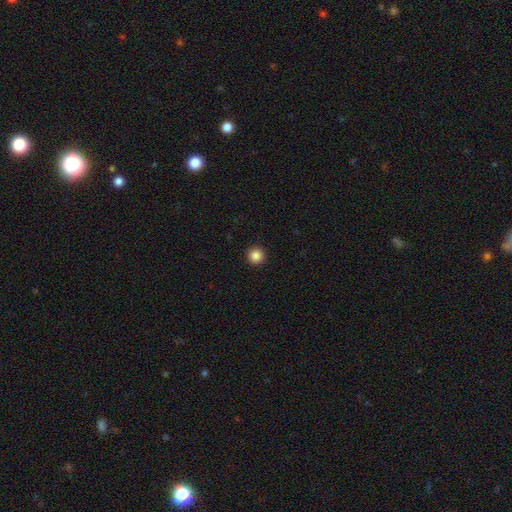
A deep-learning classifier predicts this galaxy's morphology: Q: Smooth or featured?
A: smooth (86%); runner-up: star or artifact (11%)
Q: How rounded?
A: round (96%); runner-up: in between (3%)
Q: Merging?
A: none (94%); runner-up: minor disturbance (4%)